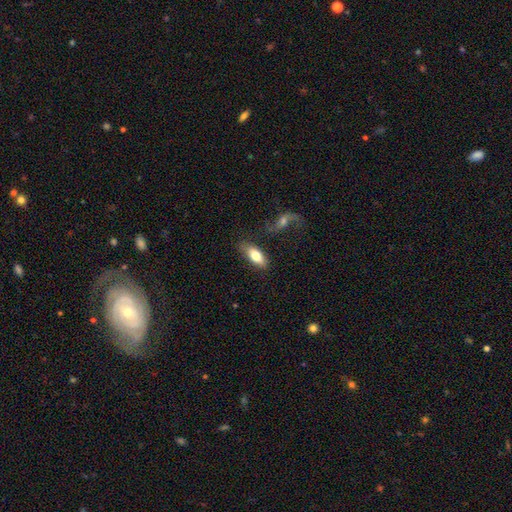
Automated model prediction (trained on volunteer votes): Smooth or featured? Predicted: smooth (p=0.74). How rounded? Predicted: in between (p=0.81). Merging? Predicted: none (p=0.74).